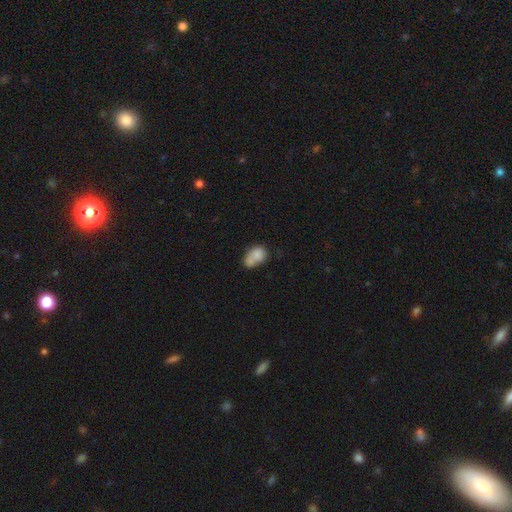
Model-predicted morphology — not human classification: type=smooth (77%); roundness=in between (72%); merging=merger (49%).